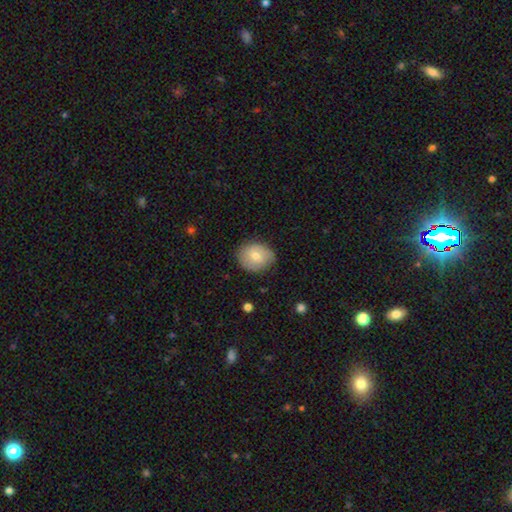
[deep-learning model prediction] Smooth or featured? Predicted: smooth (p=0.67). How rounded? Predicted: round (p=0.66). Merging? Predicted: none (p=0.77).